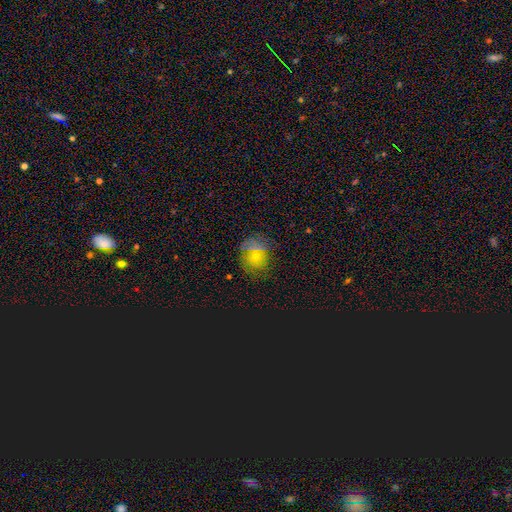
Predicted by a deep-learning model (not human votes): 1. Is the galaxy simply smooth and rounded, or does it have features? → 52% smooth, 29% star or artifact, 20% featured or disk.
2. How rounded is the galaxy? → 66% round, 33% in between, 2% cigar-shaped.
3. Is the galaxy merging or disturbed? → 71% none, 17% minor disturbance, 8% major disturbance, 4% merger.